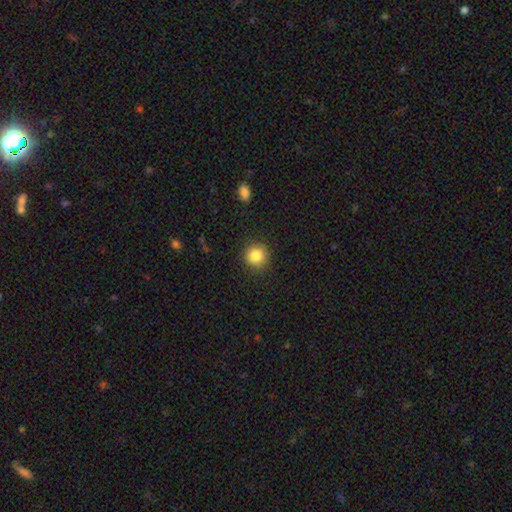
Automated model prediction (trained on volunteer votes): Morphology: type=smooth (85%); roundness=round (92%); merging=none (89%).